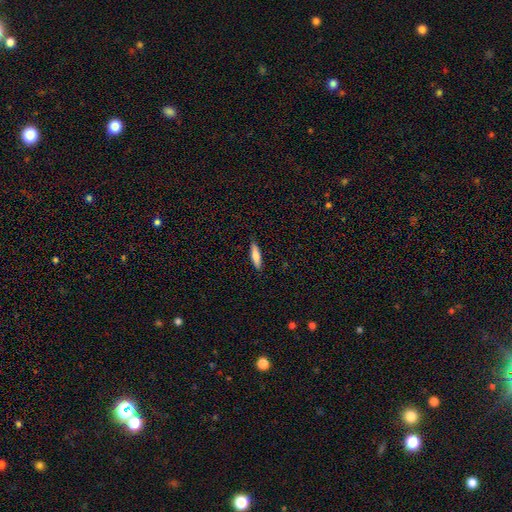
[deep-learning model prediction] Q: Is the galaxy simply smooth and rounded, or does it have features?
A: smooth — 76%.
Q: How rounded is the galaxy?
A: cigar-shaped — 72%.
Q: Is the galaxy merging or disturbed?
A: none — 89%.